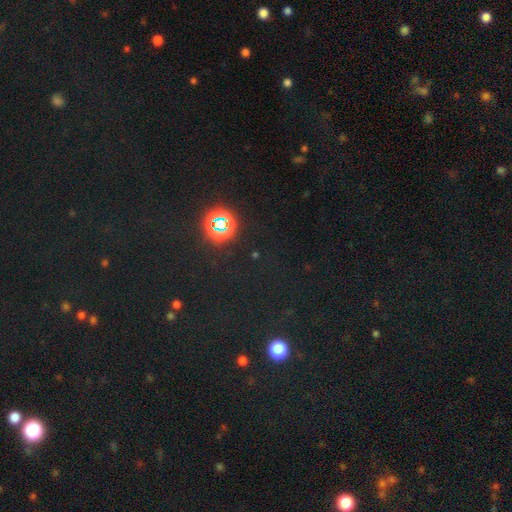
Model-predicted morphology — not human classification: smooth-or-featured: star or artifact: 65% | smooth: 29% | featured or disk: 6%